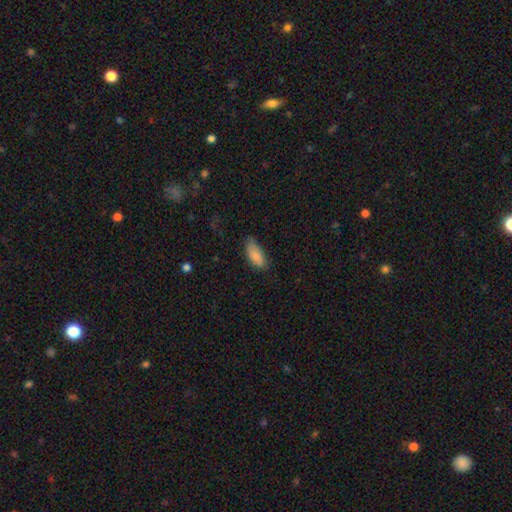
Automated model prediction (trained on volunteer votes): Smooth or featured?
  - smooth: 85% *
  - featured or disk: 8%
  - star or artifact: 7%
How rounded?
  - in between: 86% *
  - cigar-shaped: 12%
  - round: 2%
Merging?
  - none: 66% *
  - minor disturbance: 27%
  - major disturbance: 5%
  - merger: 1%